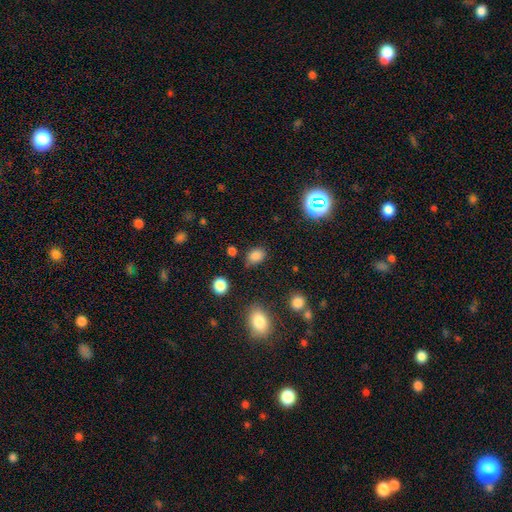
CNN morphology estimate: Smooth or featured?
  - smooth: 83% *
  - star or artifact: 13%
  - featured or disk: 5%
How rounded?
  - in between: 74% *
  - round: 25%
  - cigar-shaped: 1%
Merging?
  - none: 77% *
  - minor disturbance: 15%
  - major disturbance: 4%
  - merger: 3%